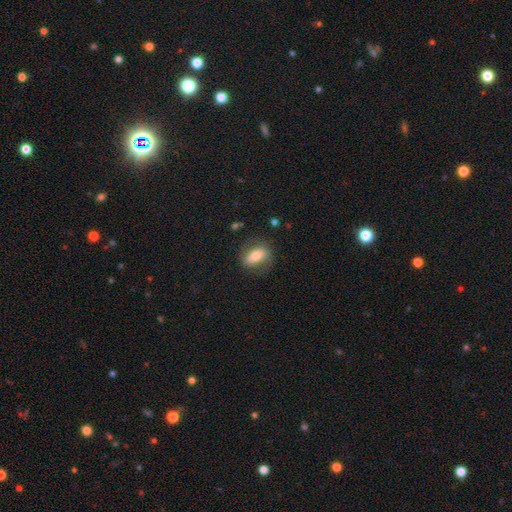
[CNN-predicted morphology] This is likely a smooth galaxy (64%). How rounded: likely in between (78%). Merging: likely none (76%).